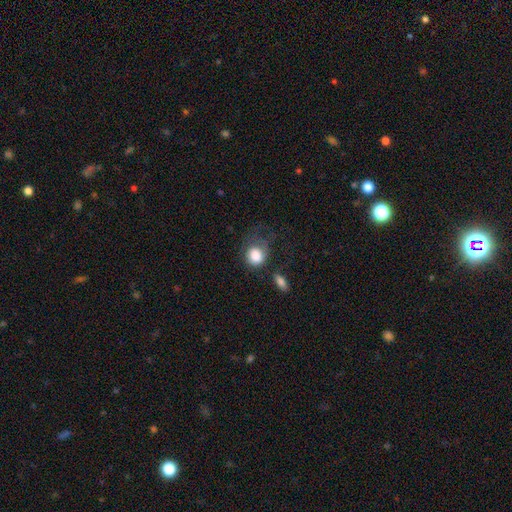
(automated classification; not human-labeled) Q: Smooth or featured?
A: smooth (82%); runner-up: featured or disk (10%)
Q: How rounded?
A: round (65%); runner-up: in between (34%)
Q: Merging?
A: none (36%); runner-up: major disturbance (31%)